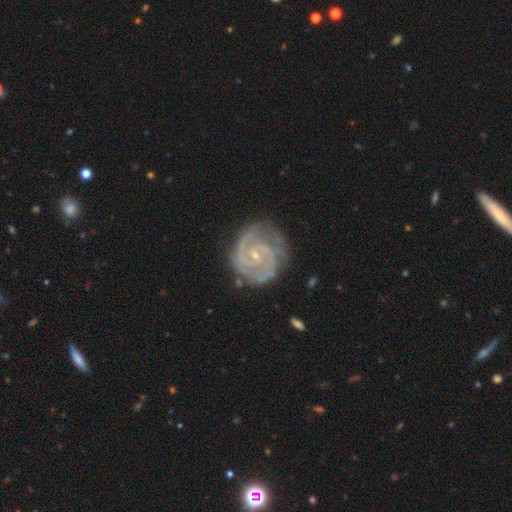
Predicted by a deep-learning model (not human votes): The model was most divided on "bar": no: 62%, weak: 30%, strong: 8%. More confident: edge-on disk — no (98%); spiral arms — yes (98%); smooth or featured — featured or disk (91%); bulge size — small (80%); merging — none (74%); spiral winding — tight (66%); spiral arm count — 2 (61%).